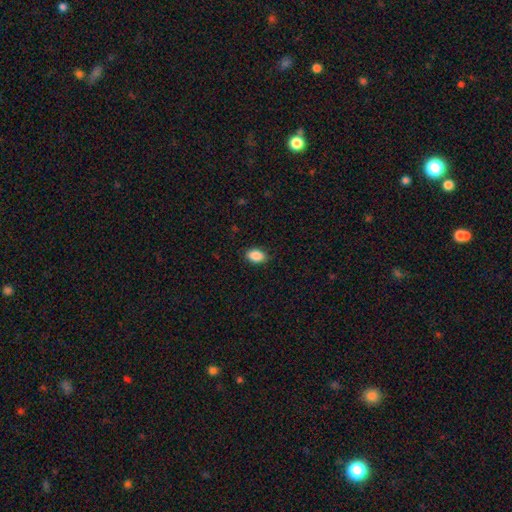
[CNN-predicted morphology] The model was most divided on "how rounded": in between: 86%, round: 13%, cigar-shaped: 1%. More confident: smooth or featured — smooth (89%); merging — none (87%).